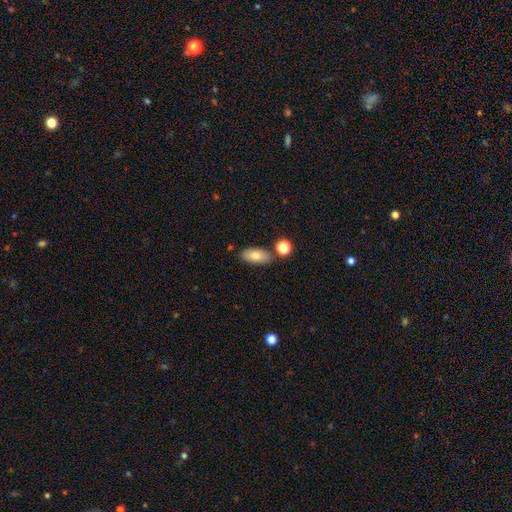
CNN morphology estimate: Smooth or featured: smooth — 78% (featured or disk — 14%)
How rounded: in between — 87% (cigar-shaped — 8%)
Merging: none — 78% (minor disturbance — 12%)